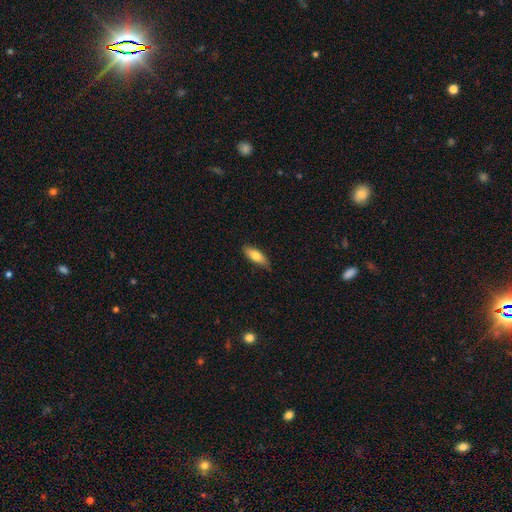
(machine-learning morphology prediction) smooth 76%, featured or disk 17%, star or artifact 6%. Down the decision tree: how rounded — in between (68%); merging — none (81%).